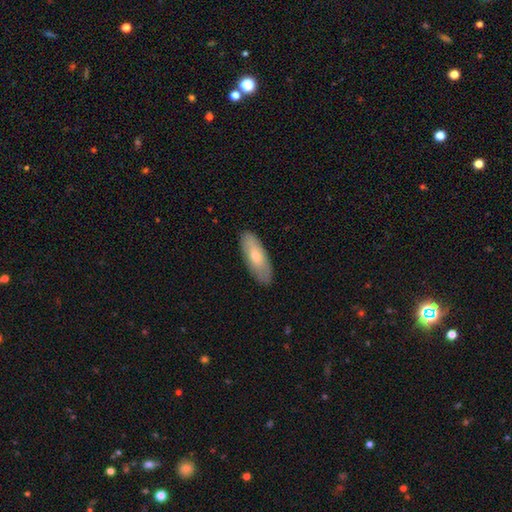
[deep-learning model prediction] This appears to be a smooth galaxy with no disk features (60%) that is in between round and cigar-shaped (67%). Merging: none (87%).